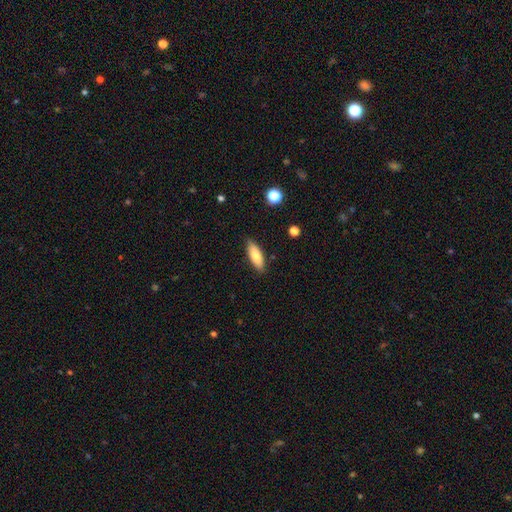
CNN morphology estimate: Overall: smooth (80%). How rounded: in between (63%; cigar-shaped 35%). Merging: none (86%).